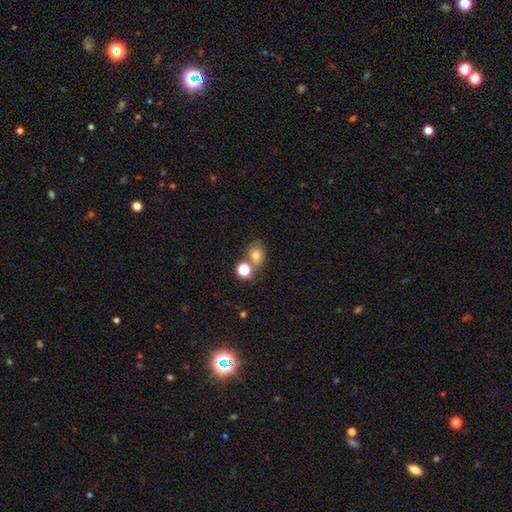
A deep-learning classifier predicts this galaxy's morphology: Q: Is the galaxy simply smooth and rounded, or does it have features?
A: smooth — 75%.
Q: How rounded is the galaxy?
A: round — 52%.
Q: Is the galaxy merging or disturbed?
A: none — 54%.